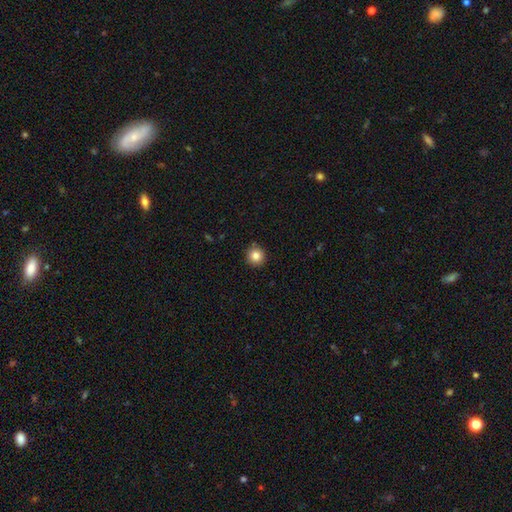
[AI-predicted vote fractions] Q: Smooth or featured?
A: smooth (84%); runner-up: star or artifact (11%)
Q: How rounded?
A: round (94%); runner-up: in between (5%)
Q: Merging?
A: none (90%); runner-up: minor disturbance (7%)